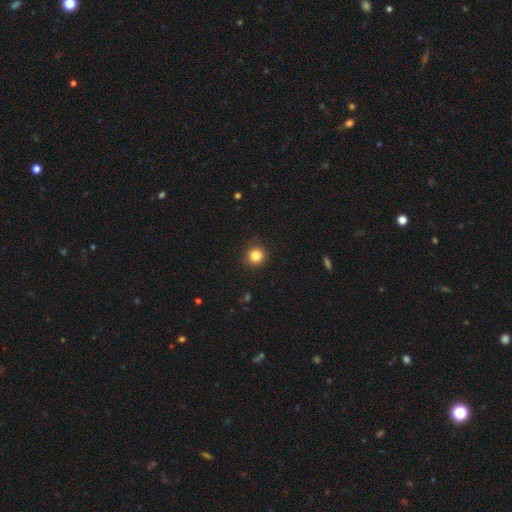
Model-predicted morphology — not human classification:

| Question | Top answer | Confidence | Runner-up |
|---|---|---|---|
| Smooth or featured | smooth | 84% | star or artifact (11%) |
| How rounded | round | 95% | in between (4%) |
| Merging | none | 91% | minor disturbance (6%) |